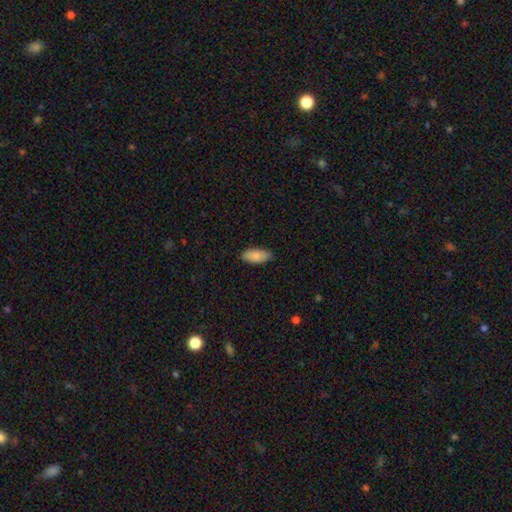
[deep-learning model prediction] A smooth galaxy with no disk features (87%) that is in between round and cigar-shaped (88%). Merging: none (85%).